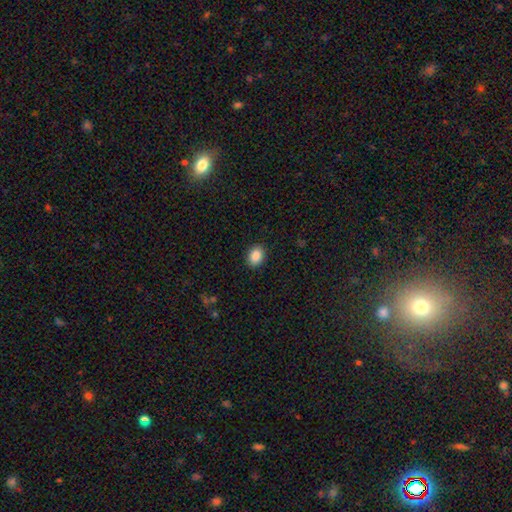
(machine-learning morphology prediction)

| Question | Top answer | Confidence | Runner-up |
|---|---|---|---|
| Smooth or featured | smooth | 88% | star or artifact (8%) |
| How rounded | in between | 66% | round (33%) |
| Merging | none | 89% | minor disturbance (8%) |